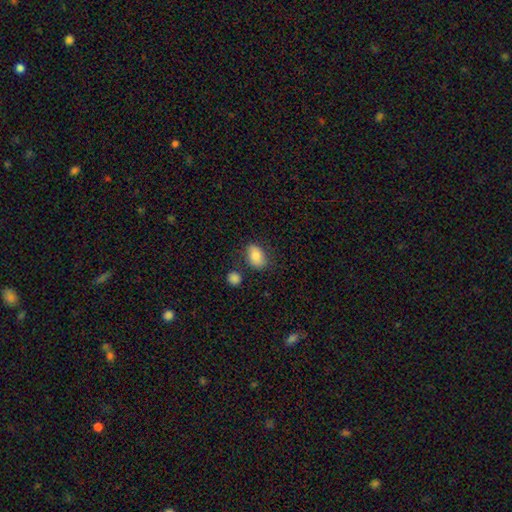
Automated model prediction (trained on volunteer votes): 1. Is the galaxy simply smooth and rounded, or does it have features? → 83% smooth, 9% featured or disk, 8% star or artifact.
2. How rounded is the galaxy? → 87% in between, 12% round, 2% cigar-shaped.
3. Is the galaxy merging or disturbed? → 74% none, 16% minor disturbance, 6% merger, 4% major disturbance.